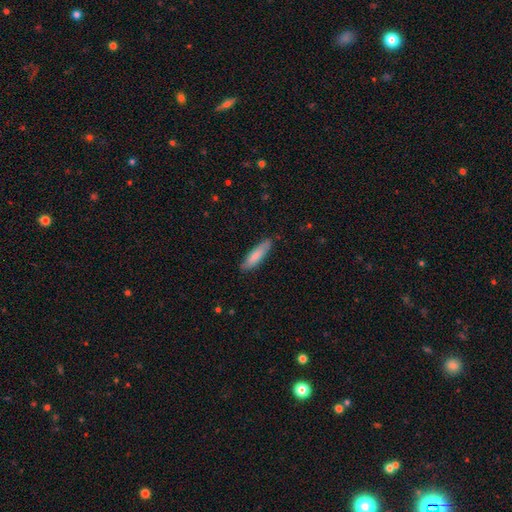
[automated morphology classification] Smooth or featured: smooth — 78% (featured or disk — 16%)
How rounded: cigar-shaped — 71% (in between — 28%)
Merging: none — 84% (minor disturbance — 13%)